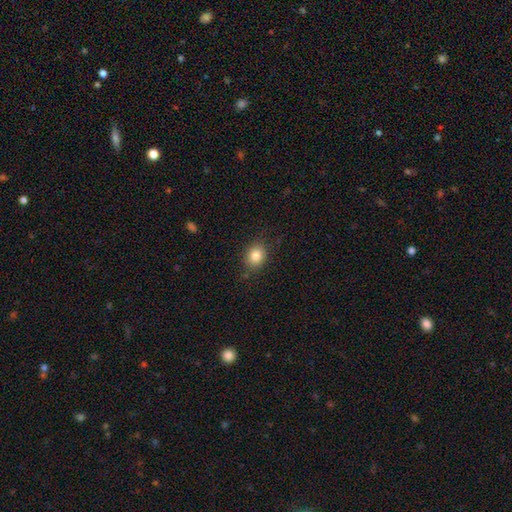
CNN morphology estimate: smooth_or_featured: smooth (p=0.83) [alt: star or artifact p=0.10]
how_rounded: round (p=0.54) [alt: in between p=0.45]
merging: none (p=0.83) [alt: minor disturbance p=0.12]